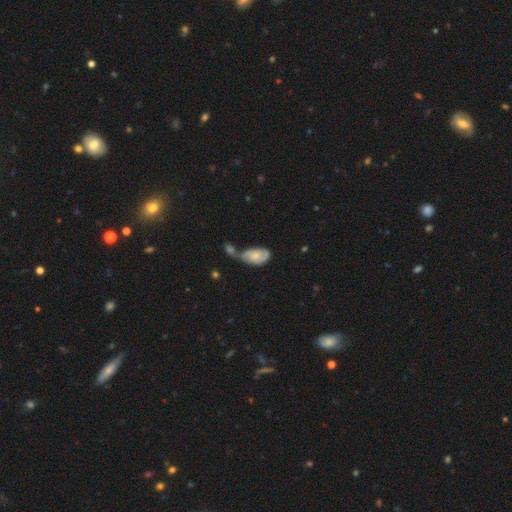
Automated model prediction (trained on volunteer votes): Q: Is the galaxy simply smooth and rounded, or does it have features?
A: smooth — 57%.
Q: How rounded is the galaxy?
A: in between — 91%.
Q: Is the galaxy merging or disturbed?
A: merger — 52%.